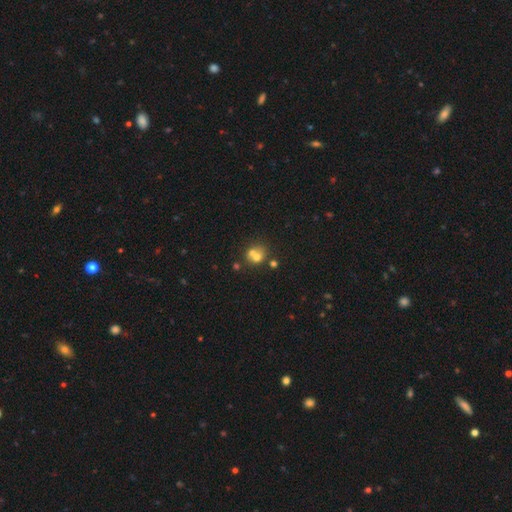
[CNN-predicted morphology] smooth 62%, featured or disk 22%, star or artifact 15%. Down the decision tree: how rounded — round (76%); merging — merger (55%).